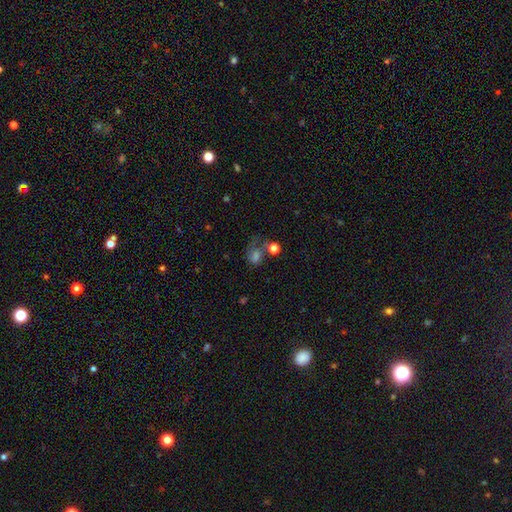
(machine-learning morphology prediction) This appears to be a smooth galaxy with no disk features (43%). Merging: none (35%).